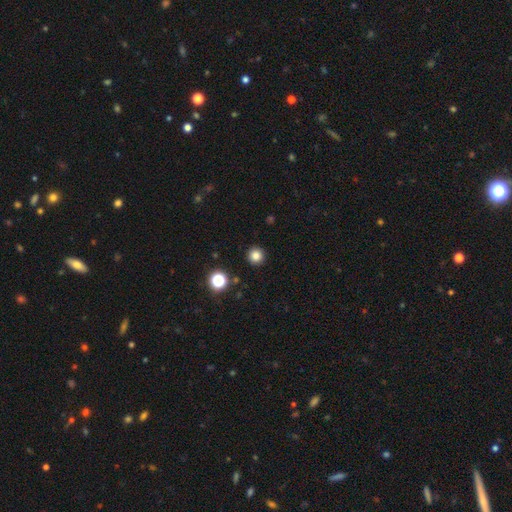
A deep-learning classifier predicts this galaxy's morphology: Overall: smooth (82%). How rounded: round (95%). Merging: none (92%).